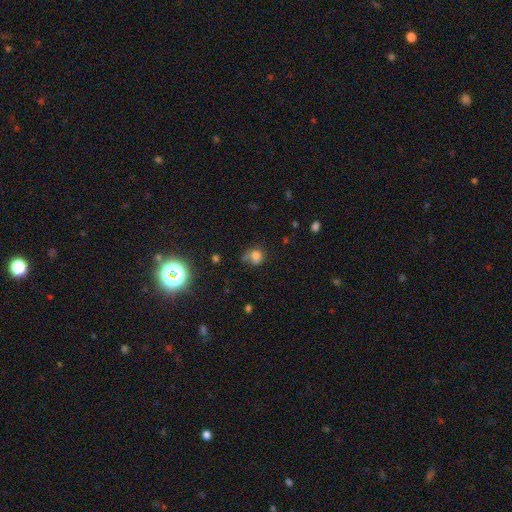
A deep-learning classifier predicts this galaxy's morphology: smooth_or_featured: smooth (p=0.70) [alt: star or artifact p=0.16]
how_rounded: round (p=0.61) [alt: in between p=0.38]
merging: none (p=0.39) [alt: minor disturbance p=0.27]